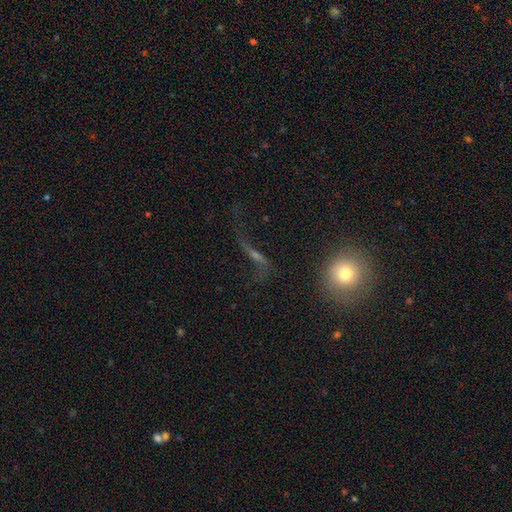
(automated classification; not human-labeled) Overall: featured or disk (61%). Edge-on disk: no (76%). Merging: none (47%; major disturbance 30%).